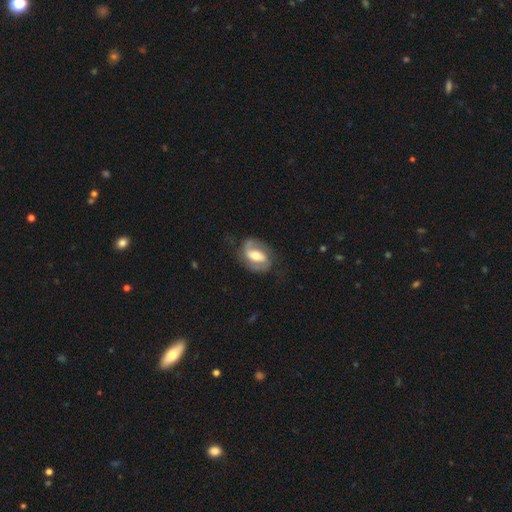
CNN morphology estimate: Q: Smooth or featured?
A: featured or disk (78%); runner-up: smooth (16%)
Q: Edge-on disk?
A: no (96%); runner-up: yes (4%)
Q: Bar?
A: strong (42%); runner-up: weak (37%)
Q: Spiral arms?
A: yes (90%); runner-up: no (10%)
Q: Spiral winding?
A: medium (49%); runner-up: tight (27%)
Q: Spiral arm count?
A: 2 (88%); runner-up: can't tell (5%)
Q: Bulge size?
A: moderate (63%); runner-up: large (17%)
Q: Merging?
A: none (73%); runner-up: minor disturbance (17%)